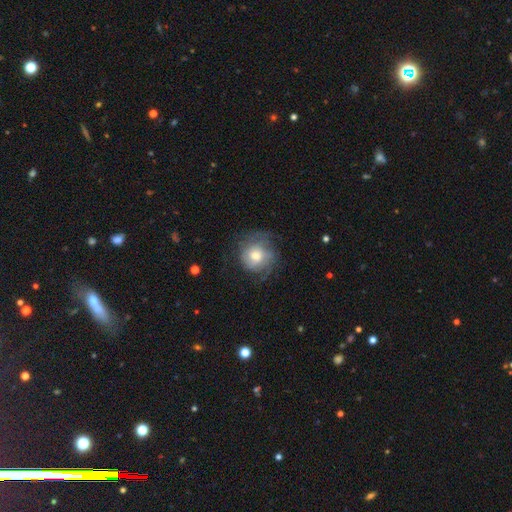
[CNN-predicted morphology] This is possibly a featured or disk galaxy (50%). Merging: likely none (62%).